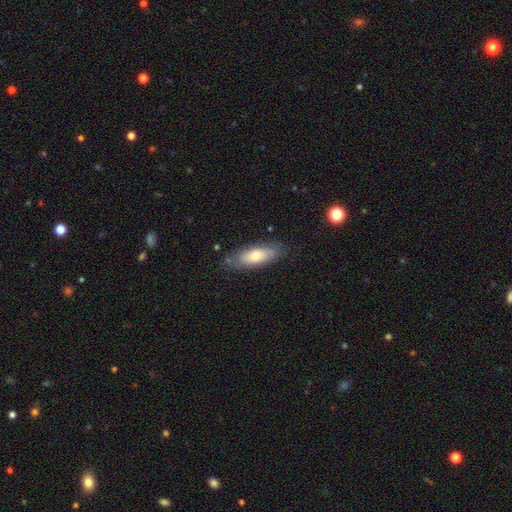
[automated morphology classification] Overall: smooth (67%; featured or disk 27%). How rounded: in between (69%; cigar-shaped 29%). Merging: none (77%).